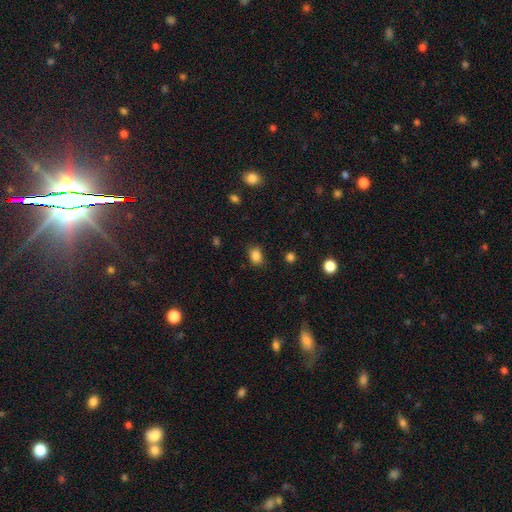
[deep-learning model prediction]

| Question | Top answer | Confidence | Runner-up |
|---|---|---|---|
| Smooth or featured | smooth | 85% | star or artifact (11%) |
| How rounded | in between | 66% | round (33%) |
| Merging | none | 82% | minor disturbance (13%) |